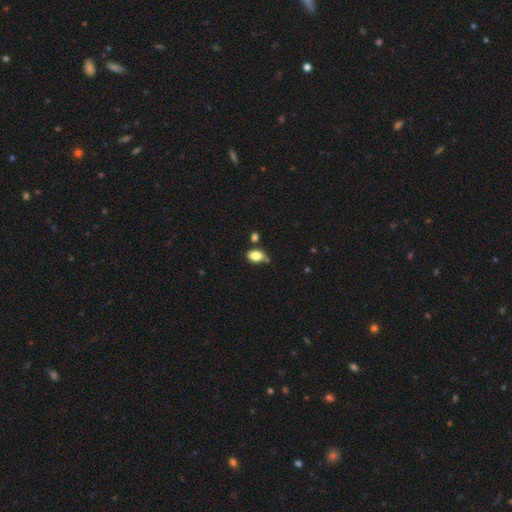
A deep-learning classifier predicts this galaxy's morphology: type=smooth (84%); roundness=in between (82%); merging=none (67%).